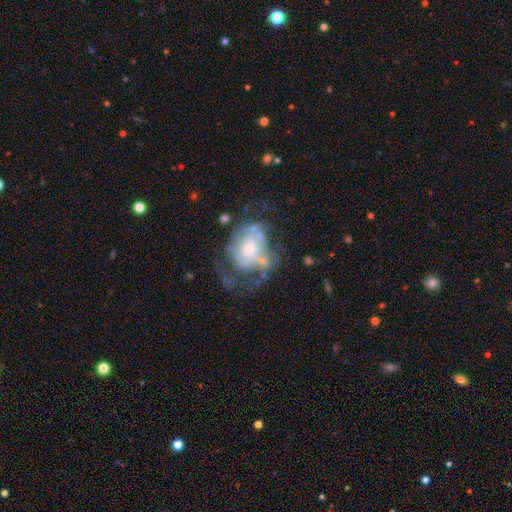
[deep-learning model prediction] Morphology: type=featured or disk (65%); edge-on=no (97%); bar=no (82%); spiral arms=yes (52%); bulge=moderate (47%); merging=major disturbance (38%).